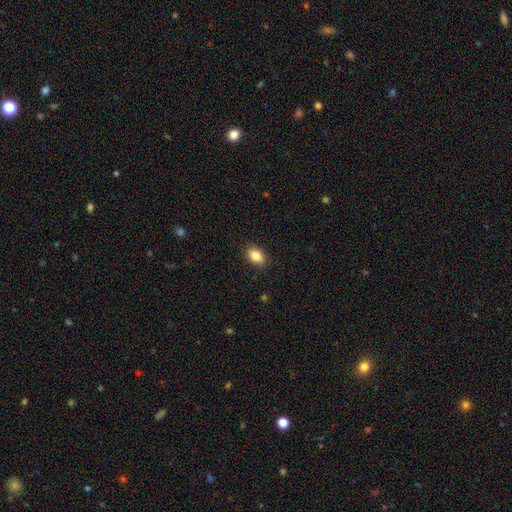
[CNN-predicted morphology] smooth_or_featured: smooth (p=0.85) [alt: star or artifact p=0.09]
how_rounded: in between (p=0.79) [alt: round p=0.19]
merging: none (p=0.88) [alt: minor disturbance p=0.09]